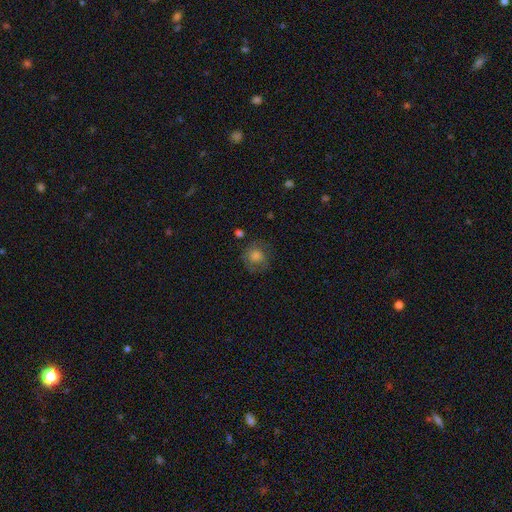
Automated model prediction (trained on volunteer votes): This appears to be a smooth galaxy with no disk features (67%) that is round (85%). Merging: none (71%).